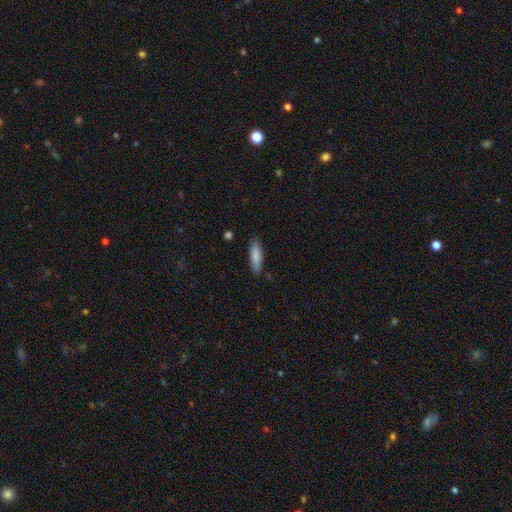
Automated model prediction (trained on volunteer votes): Morphology: type=smooth (84%); roundness=cigar-shaped (60%); merging=none (83%).